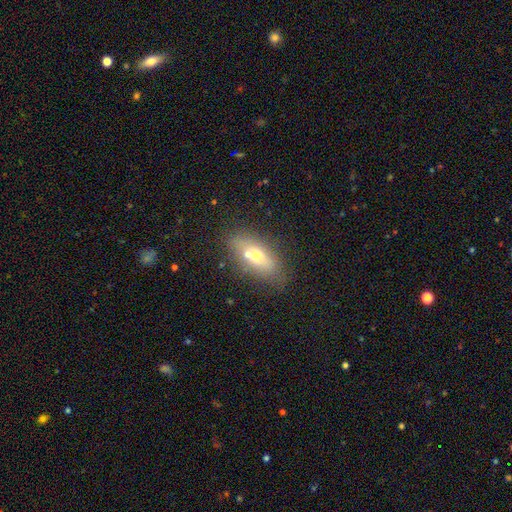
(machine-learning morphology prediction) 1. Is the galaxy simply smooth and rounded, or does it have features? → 58% smooth, 31% featured or disk, 10% star or artifact.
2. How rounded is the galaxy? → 74% in between, 19% cigar-shaped, 7% round.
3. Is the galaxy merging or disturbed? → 60% none, 21% merger, 14% minor disturbance, 5% major disturbance.